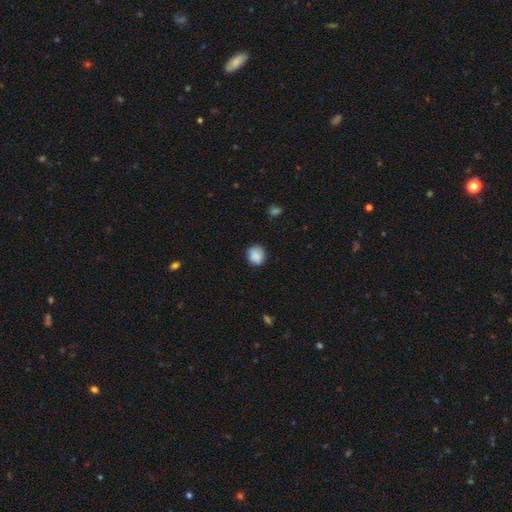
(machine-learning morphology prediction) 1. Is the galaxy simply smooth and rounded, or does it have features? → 87% smooth, 8% star or artifact, 5% featured or disk.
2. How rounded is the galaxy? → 82% round, 17% in between, 1% cigar-shaped.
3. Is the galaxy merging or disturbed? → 80% none, 15% minor disturbance, 3% major disturbance, 1% merger.